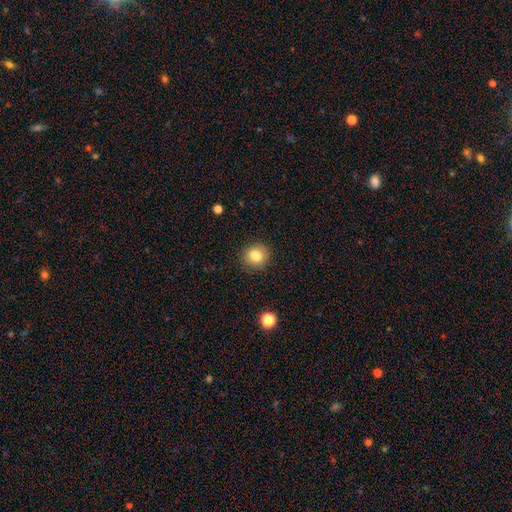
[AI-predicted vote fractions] smooth-or-featured: smooth: 83% | star or artifact: 10% | featured or disk: 7%
  how-rounded: round: 86% | in between: 13% | cigar-shaped: 1%
  merging: none: 88% | minor disturbance: 8% | major disturbance: 3% | merger: 1%